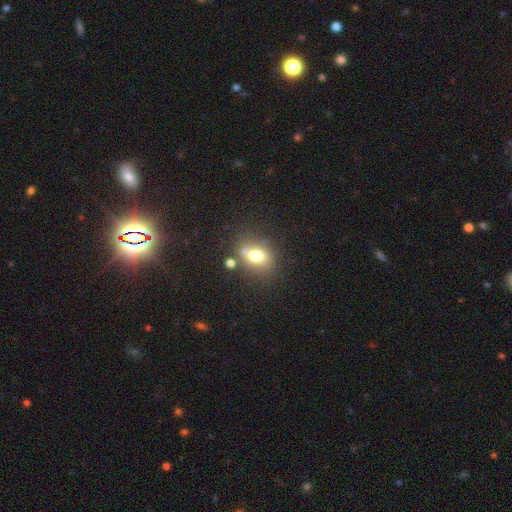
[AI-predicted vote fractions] Morphology: type=smooth (71%); roundness=in between (57%); merging=none (64%).